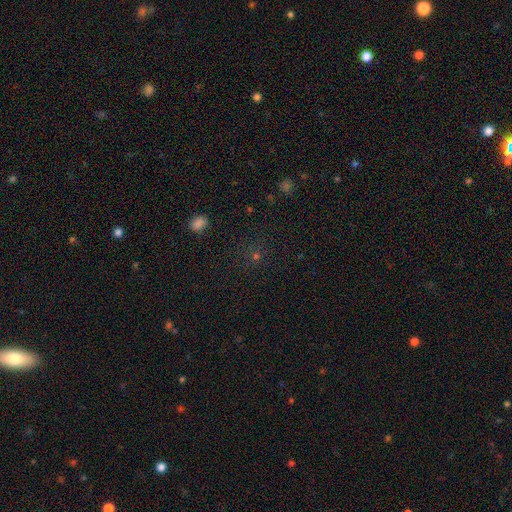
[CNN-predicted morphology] Smooth or featured: star or artifact — 51% (smooth — 41%)